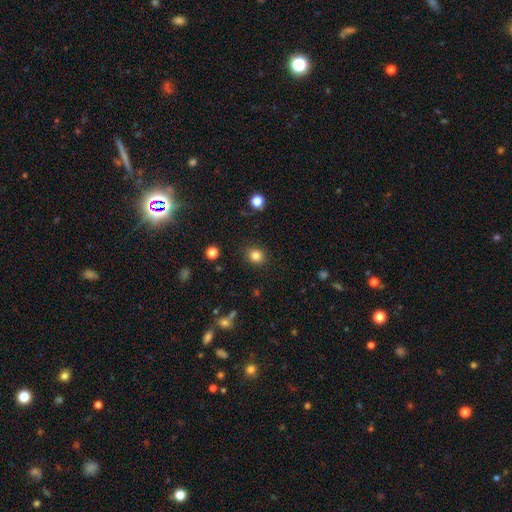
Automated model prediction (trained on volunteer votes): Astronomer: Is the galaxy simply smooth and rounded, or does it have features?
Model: smooth — 84%.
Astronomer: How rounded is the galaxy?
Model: round — 74%.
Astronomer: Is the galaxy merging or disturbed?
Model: none — 89%.